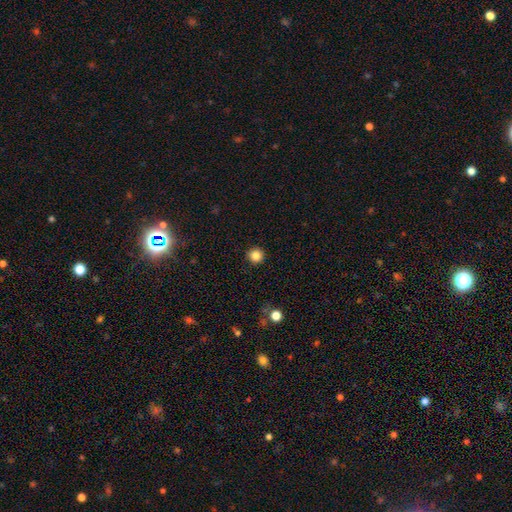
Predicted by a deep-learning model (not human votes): Morphology: type=smooth (84%); roundness=round (95%); merging=none (92%).